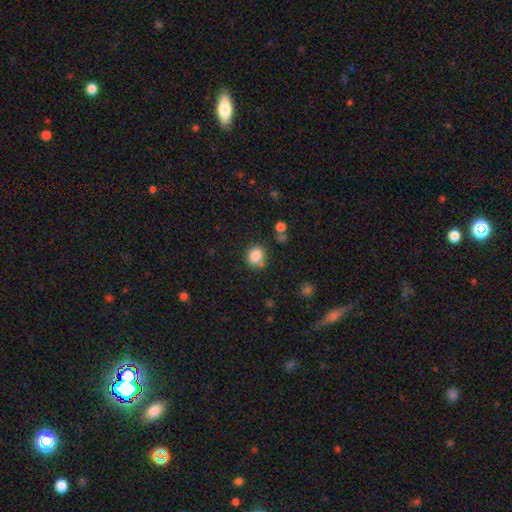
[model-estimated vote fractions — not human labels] Smooth or featured?
  - smooth: 85% *
  - star or artifact: 10%
  - featured or disk: 5%
How rounded?
  - round: 67% *
  - in between: 32%
  - cigar-shaped: 1%
Merging?
  - none: 68% *
  - minor disturbance: 19%
  - merger: 8%
  - major disturbance: 5%